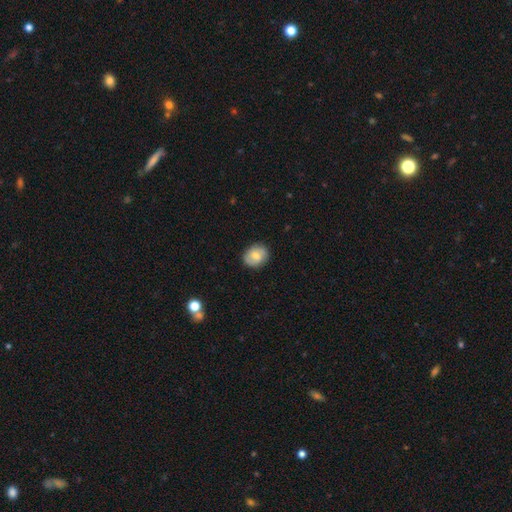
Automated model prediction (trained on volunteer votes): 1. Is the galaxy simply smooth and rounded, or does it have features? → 73% smooth, 19% featured or disk, 8% star or artifact.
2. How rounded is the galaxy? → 56% round, 43% in between, 1% cigar-shaped.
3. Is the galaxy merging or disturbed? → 86% none, 10% minor disturbance, 2% major disturbance, 1% merger.